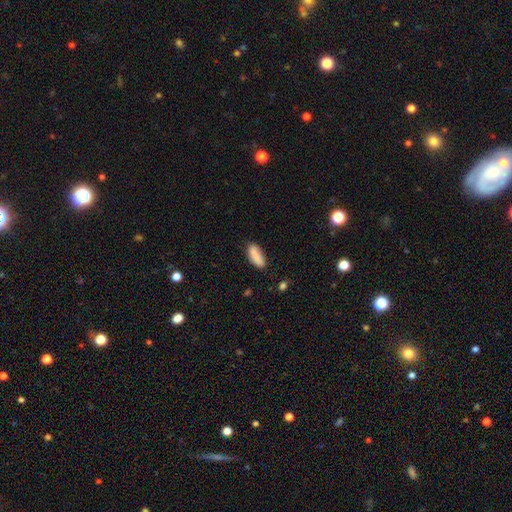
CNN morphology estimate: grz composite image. It shows a smooth galaxy with no disk features (86%) that is in between round and cigar-shaped (73%). Merging: none (74%).